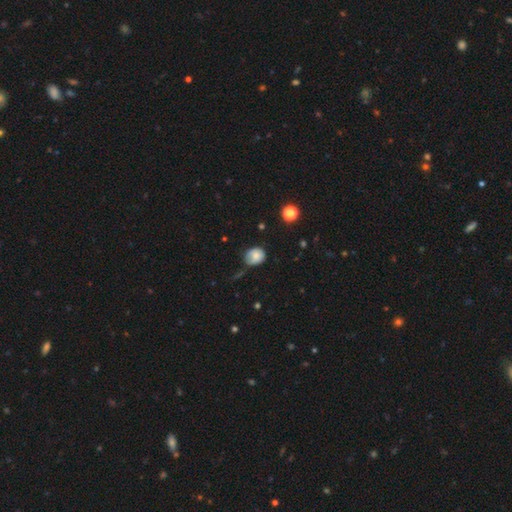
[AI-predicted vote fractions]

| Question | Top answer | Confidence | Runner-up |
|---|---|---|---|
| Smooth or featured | smooth | 74% | featured or disk (16%) |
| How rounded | round | 57% | in between (42%) |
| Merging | none | 48% | minor disturbance (38%) |